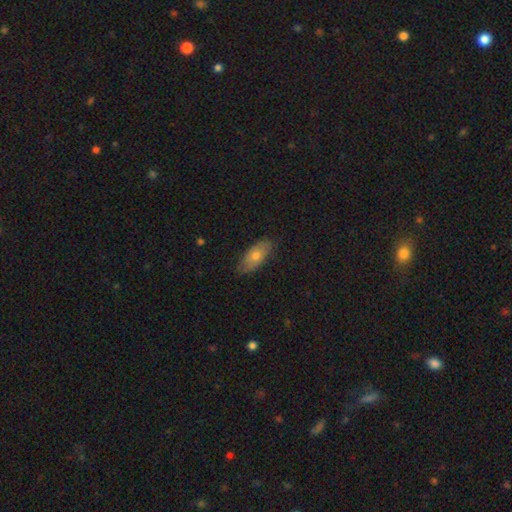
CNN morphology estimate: smooth_or_featured: smooth (p=0.66) [alt: featured or disk p=0.28]
how_rounded: in between (p=0.84) [alt: cigar-shaped p=0.12]
merging: none (p=0.81) [alt: minor disturbance p=0.15]